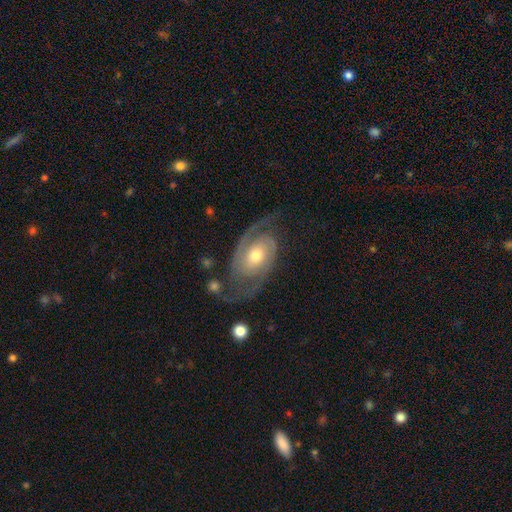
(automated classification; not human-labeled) Smooth or featured? featured or disk (89%)
Edge-on disk? no (96%)
Bar? no (65%)
Spiral arms? yes (97%)
Spiral winding? medium (46%)
Spiral arm count? 2 (90%)
Bulge size? moderate (66%)
Merging? none (70%)